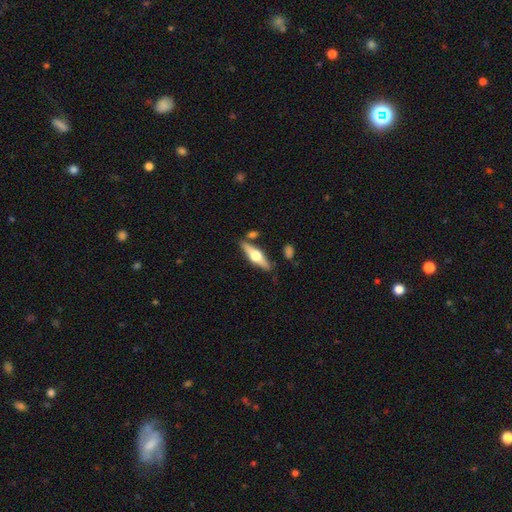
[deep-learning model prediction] featured or disk 65%, smooth 30%, star or artifact 5%. Down the decision tree: edge-on disk — yes (95%); edge-on bulge — rounded (95%); merging — none (81%).